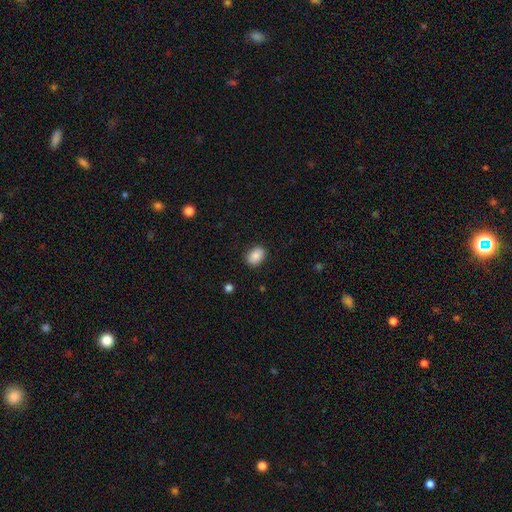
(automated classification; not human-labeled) The model was most divided on "how rounded": in between: 76%, round: 23%, cigar-shaped: 1%. More confident: merging — none (87%); smooth or featured — smooth (87%).